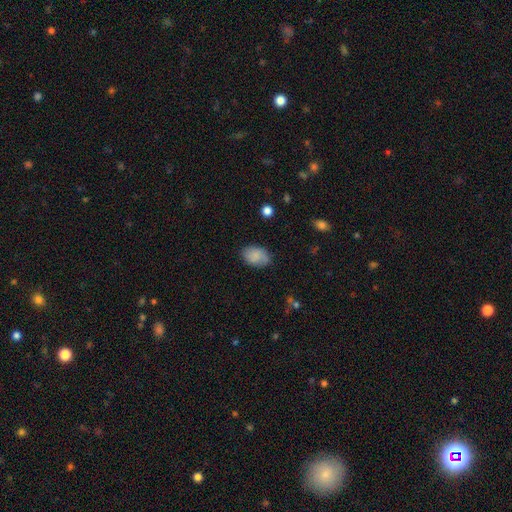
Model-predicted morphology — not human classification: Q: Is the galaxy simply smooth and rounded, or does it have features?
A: smooth — 82%.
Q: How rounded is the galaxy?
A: in between — 85%.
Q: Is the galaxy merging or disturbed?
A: none — 77%.